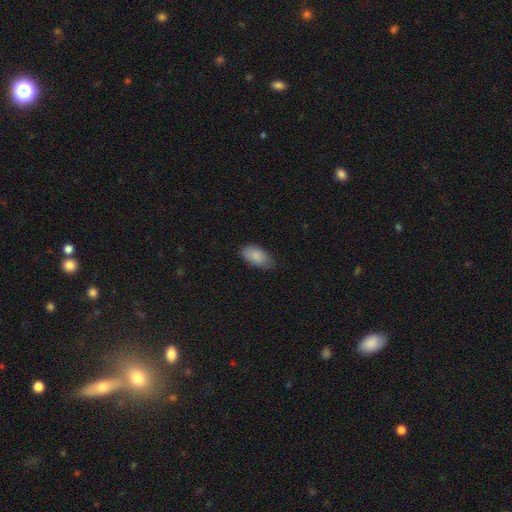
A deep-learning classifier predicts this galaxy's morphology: A smooth galaxy with no disk features (86%) that is in between round and cigar-shaped (94%).

Vote fractions:
- Smooth or featured? smooth: 86% / featured or disk: 8% / star or artifact: 6%
- How rounded? in between: 94% / round: 3% / cigar-shaped: 3%
- Merging? none: 73% / minor disturbance: 22% / major disturbance: 3% / merger: 1%